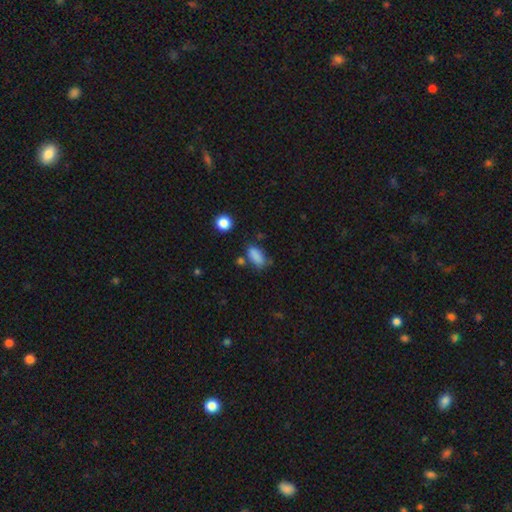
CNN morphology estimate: Smooth or featured? smooth (84%)
How rounded? in between (86%)
Merging? none (62%)